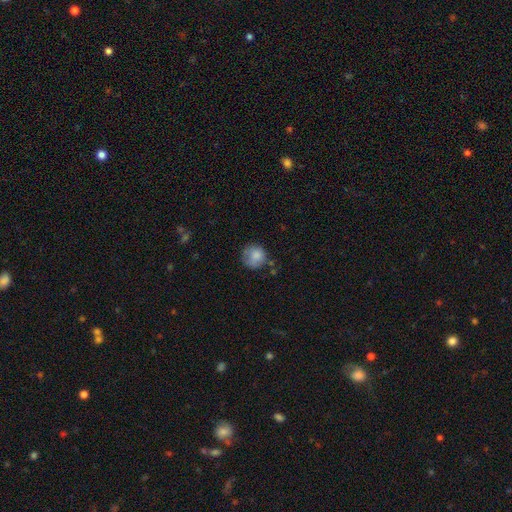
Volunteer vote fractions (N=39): smooth_or_featured: smooth (p=0.67) [alt: featured or disk p=0.26]
how_rounded: round (p=0.88) [alt: in between p=0.12]
merging: none (p=0.56) [alt: minor disturbance p=0.17]